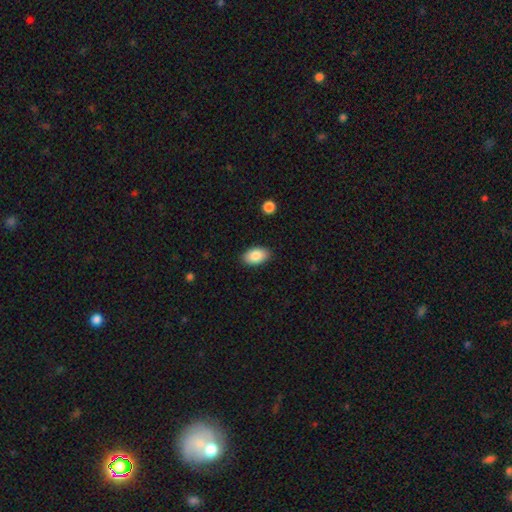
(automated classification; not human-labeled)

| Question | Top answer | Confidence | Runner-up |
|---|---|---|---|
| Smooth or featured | smooth | 87% | star or artifact (6%) |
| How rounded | in between | 93% | round (6%) |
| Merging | none | 88% | minor disturbance (9%) |